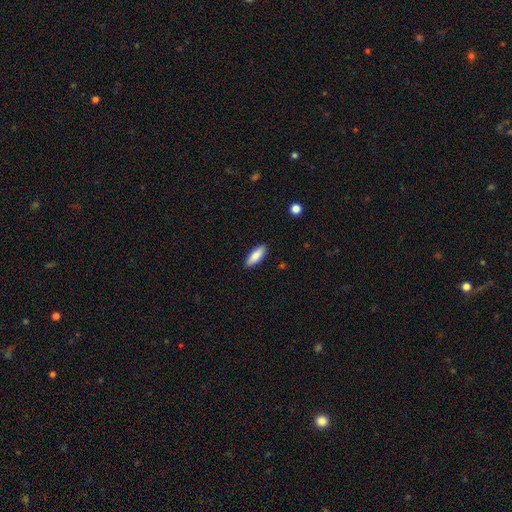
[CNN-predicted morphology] Smooth or featured? Predicted: smooth (p=0.83). How rounded? Predicted: in between (p=0.63). Merging? Predicted: none (p=0.89).